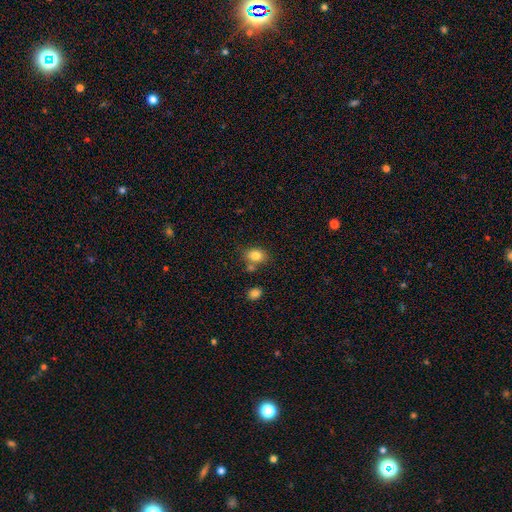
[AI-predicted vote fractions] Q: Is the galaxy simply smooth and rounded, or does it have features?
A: smooth — 82%.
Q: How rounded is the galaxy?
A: in between — 64%.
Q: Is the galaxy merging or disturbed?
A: none — 65%.